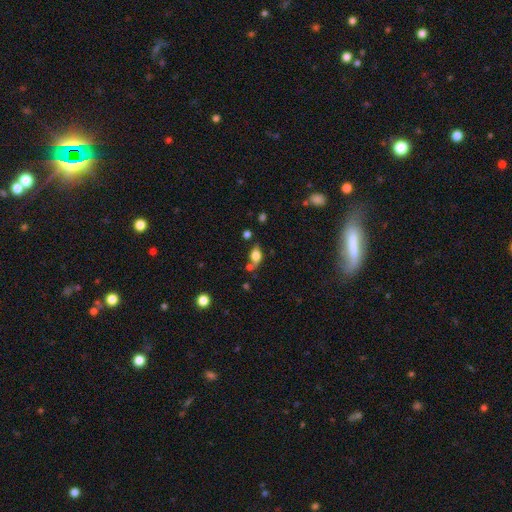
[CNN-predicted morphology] A smooth galaxy with no disk features (73%) that is in between round and cigar-shaped (82%).

Vote fractions:
- Smooth or featured? smooth: 73% / featured or disk: 17% / star or artifact: 10%
- How rounded? in between: 82% / round: 12% / cigar-shaped: 6%
- Merging? none: 61% / minor disturbance: 19% / merger: 15% / major disturbance: 6%